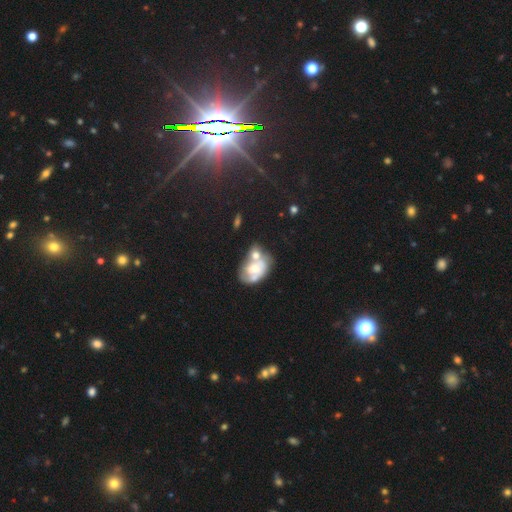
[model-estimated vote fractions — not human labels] The model was most divided on "smooth or featured": featured or disk: 51%, smooth: 41%, star or artifact: 8%. More confident: edge-on disk — no (96%); merging — merger (59%).